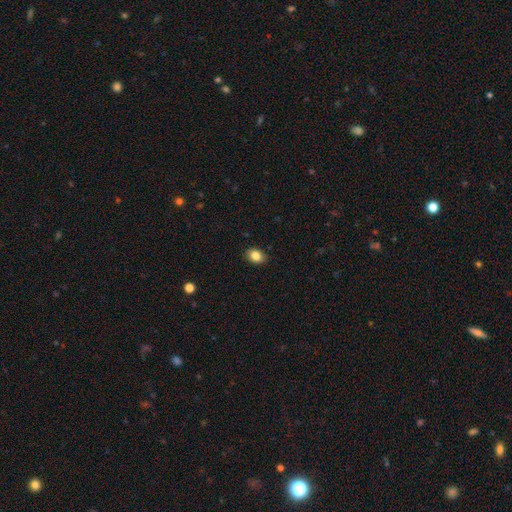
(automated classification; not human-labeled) This is clearly a smooth galaxy (86%). How rounded: likely in between (72%). Merging: clearly none (88%).